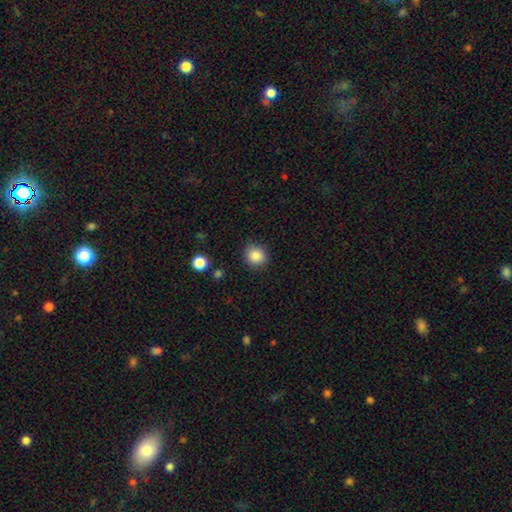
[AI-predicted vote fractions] Smooth or featured?
  - smooth: 87% *
  - star or artifact: 10%
  - featured or disk: 3%
How rounded?
  - round: 84% *
  - in between: 15%
  - cigar-shaped: 1%
Merging?
  - none: 85% *
  - minor disturbance: 10%
  - major disturbance: 3%
  - merger: 2%